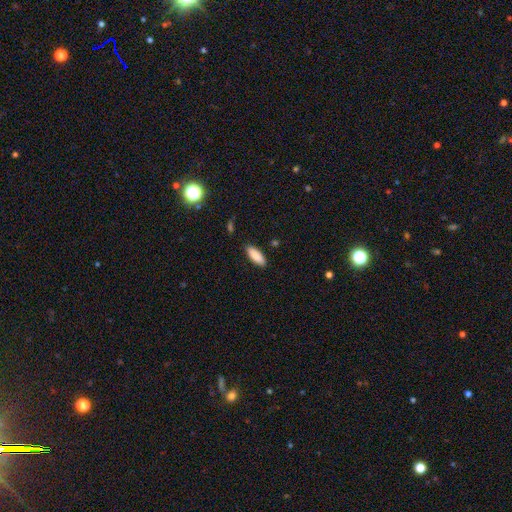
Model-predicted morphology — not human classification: A smooth galaxy with no disk features (89%) that is in between round and cigar-shaped (71%). Merging: none (87%).